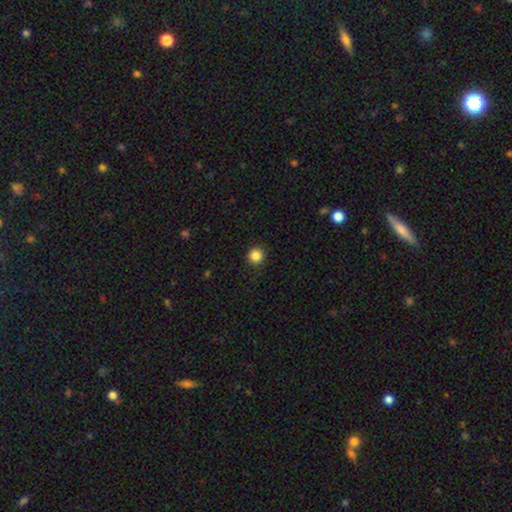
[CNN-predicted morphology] This is clearly a smooth galaxy (86%). How rounded: clearly round (94%). Merging: clearly none (91%).